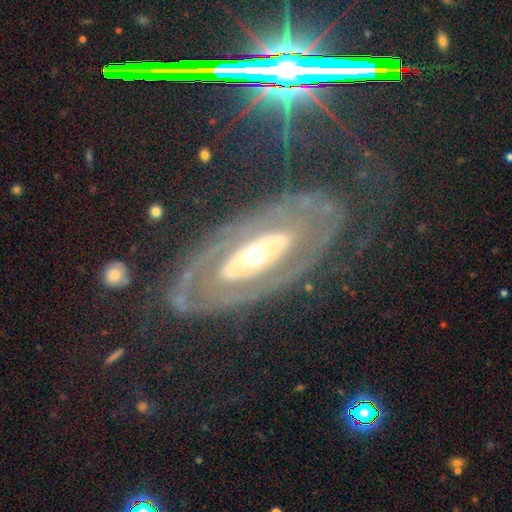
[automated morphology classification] Smooth or featured? featured or disk (82%)
Edge-on disk? no (90%)
Bar? no (62%)
Spiral arms? yes (65%)
Bulge size? moderate (63%)
Merging? none (72%)